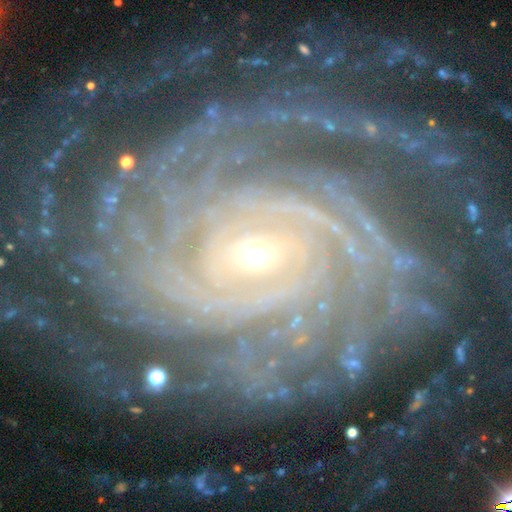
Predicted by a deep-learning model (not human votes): Smooth or featured? featured or disk (92%)
Edge-on disk? no (97%)
Bar? no (50%)
Spiral arms? yes (98%)
Spiral winding? tight (79%)
Spiral arm count? more than 4 (22%)
Bulge size? small (76%)
Merging? none (71%)